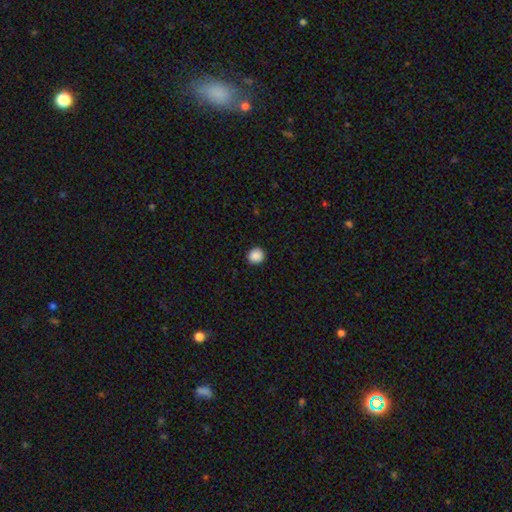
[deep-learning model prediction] Q: Smooth or featured?
A: smooth (89%); runner-up: star or artifact (9%)
Q: How rounded?
A: round (91%); runner-up: in between (8%)
Q: Merging?
A: none (92%); runner-up: minor disturbance (5%)